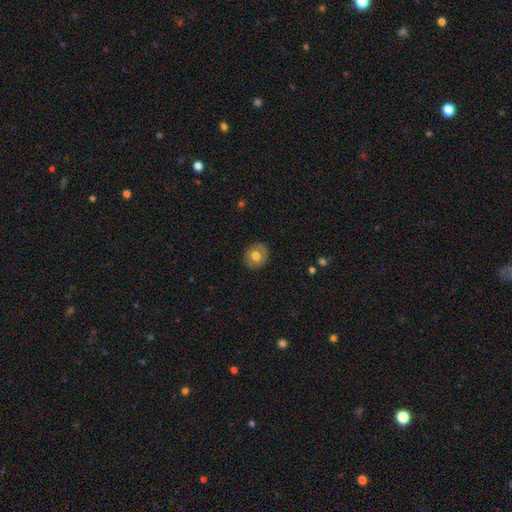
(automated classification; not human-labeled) This is likely a smooth galaxy (69%). How rounded: likely round (78%). Merging: clearly none (87%).